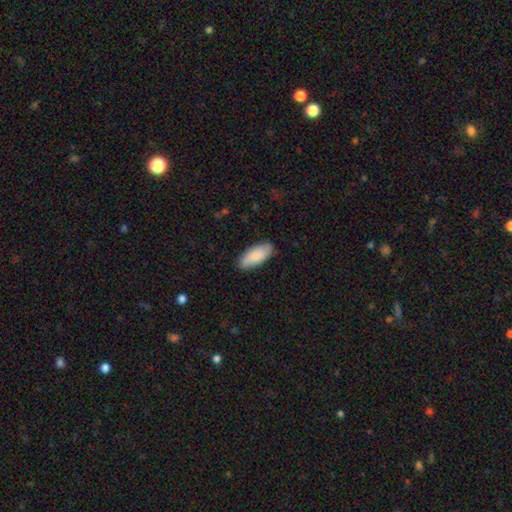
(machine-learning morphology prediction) type=smooth (82%); roundness=in between (85%); merging=none (85%).